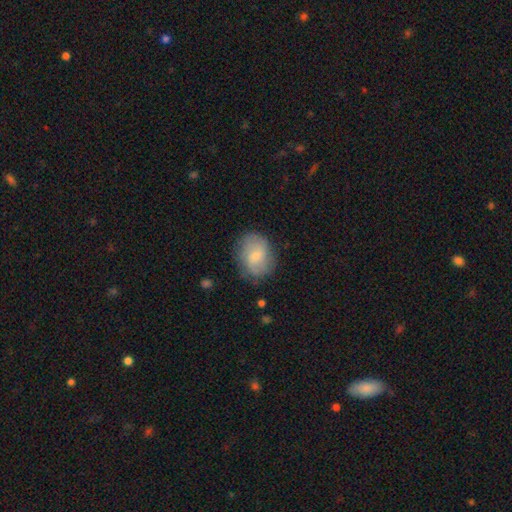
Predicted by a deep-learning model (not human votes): Smooth or featured?
  - smooth: 61% *
  - featured or disk: 32%
  - star or artifact: 7%
How rounded?
  - in between: 52% *
  - round: 47%
  - cigar-shaped: 1%
Merging?
  - none: 74% *
  - minor disturbance: 19%
  - major disturbance: 6%
  - merger: 1%